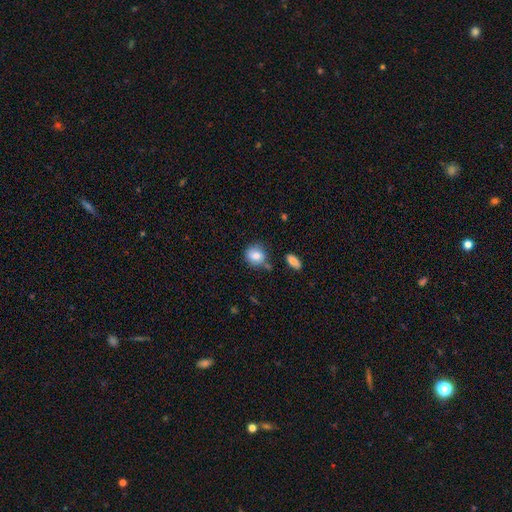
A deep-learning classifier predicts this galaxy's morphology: Smooth or featured? smooth (82%)
How rounded? round (72%)
Merging? none (69%)